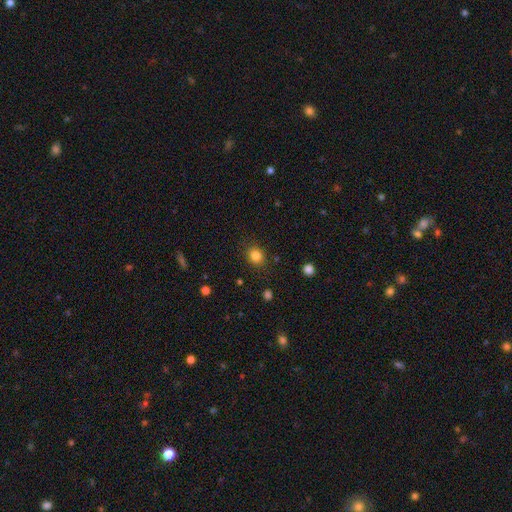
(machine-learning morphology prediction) This is clearly a smooth galaxy (83%). How rounded: likely round (72%). Merging: clearly none (86%).